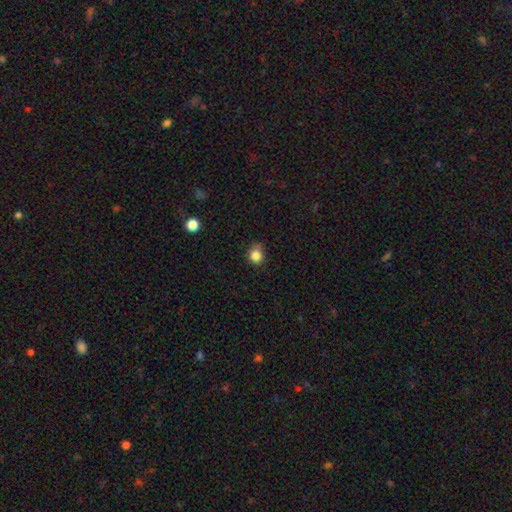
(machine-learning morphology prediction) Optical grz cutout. It shows a smooth galaxy with no disk features (84%) that is round (81%). Merging: none (66%).